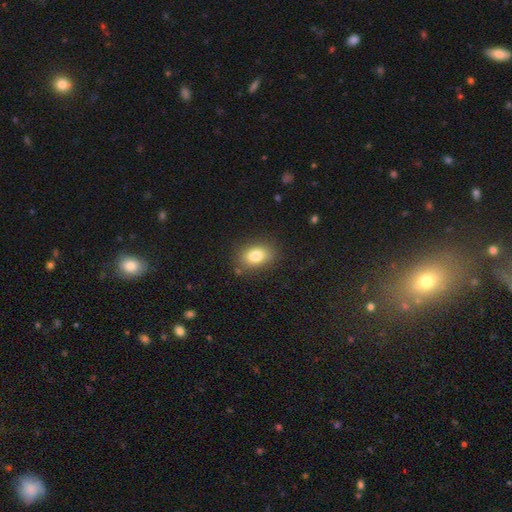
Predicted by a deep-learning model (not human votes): Smooth or featured? smooth (82%)
How rounded? in between (78%)
Merging? none (82%)